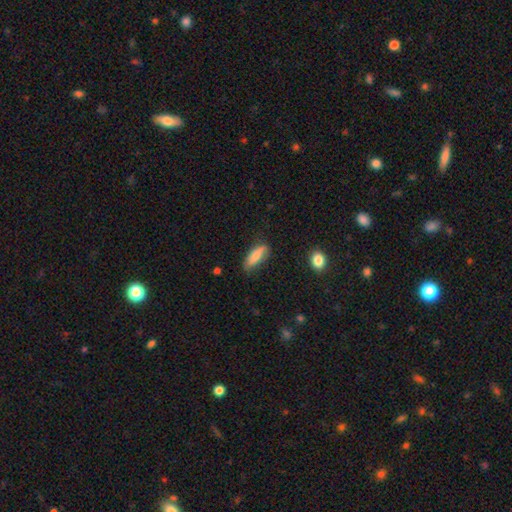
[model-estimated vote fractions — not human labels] smooth-or-featured: smooth: 74% | featured or disk: 20% | star or artifact: 7%
  how-rounded: cigar-shaped: 50% | in between: 48% | round: 2%
  merging: none: 73% | minor disturbance: 21% | major disturbance: 4% | merger: 2%